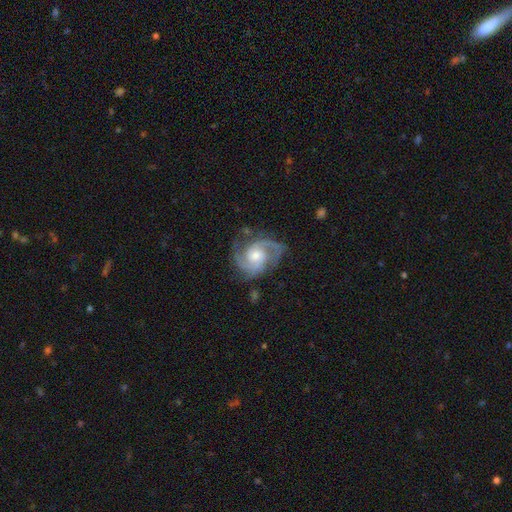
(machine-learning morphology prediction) Q: Smooth or featured?
A: featured or disk (92%); runner-up: star or artifact (4%)
Q: Edge-on disk?
A: no (98%); runner-up: yes (2%)
Q: Bar?
A: no (61%); runner-up: weak (33%)
Q: Spiral arms?
A: yes (98%); runner-up: no (2%)
Q: Spiral winding?
A: medium (54%); runner-up: tight (36%)
Q: Spiral arm count?
A: 2 (71%); runner-up: 3 (17%)
Q: Bulge size?
A: moderate (61%); runner-up: small (29%)
Q: Merging?
A: none (74%); runner-up: minor disturbance (17%)